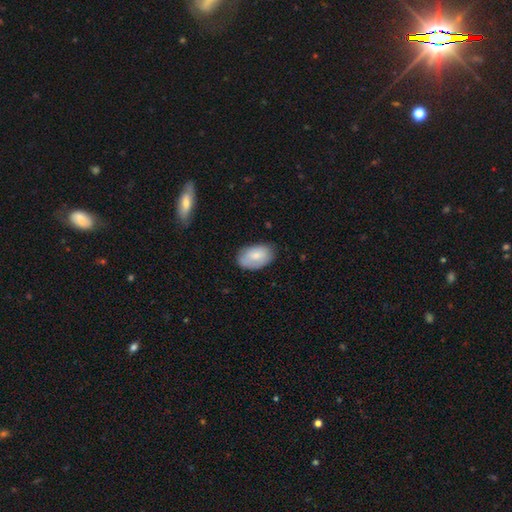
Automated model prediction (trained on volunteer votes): This is likely a smooth galaxy (78%). How rounded: clearly in between (91%). Merging: likely none (78%).